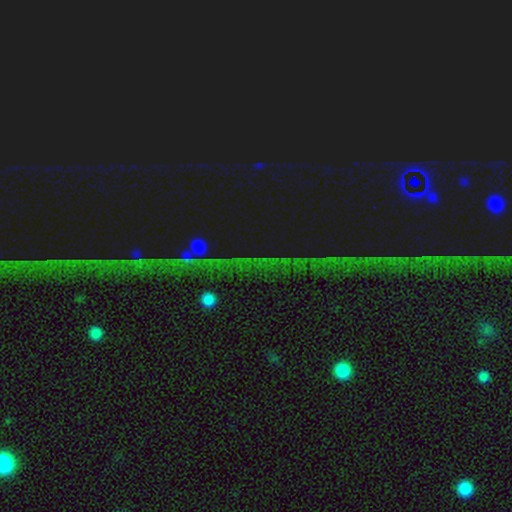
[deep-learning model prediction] smooth-or-featured: star or artifact: 78% | smooth: 12% | featured or disk: 10%